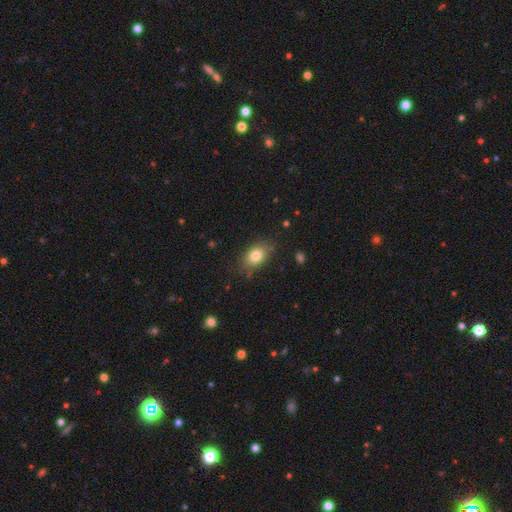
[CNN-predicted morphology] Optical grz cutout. It shows a smooth galaxy with no disk features (80%) that is in between round and cigar-shaped (80%). Merging: none (80%).